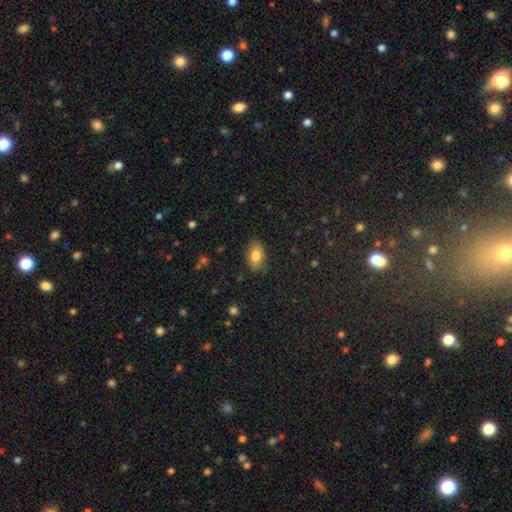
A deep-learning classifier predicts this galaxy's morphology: A smooth galaxy with no disk features (79%) that is in between round and cigar-shaped (90%). Merging: none (82%).